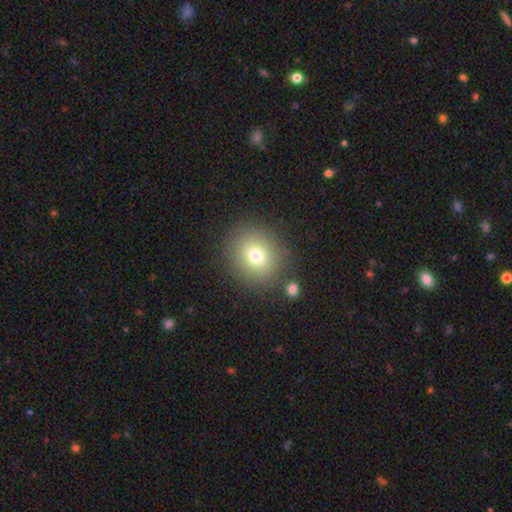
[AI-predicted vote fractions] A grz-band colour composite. It shows a smooth galaxy with no disk features (76%) that is round (78%). Merging: none (83%).